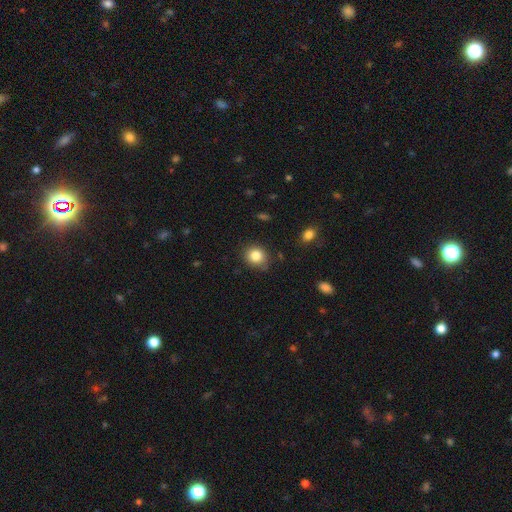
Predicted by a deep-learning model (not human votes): A smooth galaxy with no disk features (83%) that is round (76%).

Vote fractions:
- Smooth or featured? smooth: 83% / star or artifact: 10% / featured or disk: 6%
- How rounded? round: 76% / in between: 23% / cigar-shaped: 1%
- Merging? none: 82% / minor disturbance: 13% / major disturbance: 3% / merger: 2%